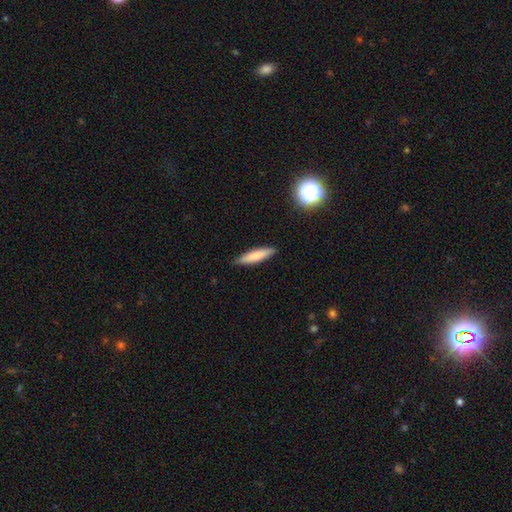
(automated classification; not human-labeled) Smooth or featured: smooth — 78% (featured or disk — 15%)
How rounded: cigar-shaped — 81% (in between — 18%)
Merging: none — 88% (minor disturbance — 9%)